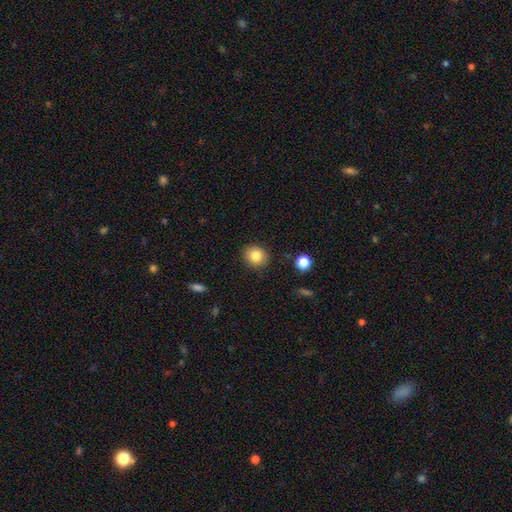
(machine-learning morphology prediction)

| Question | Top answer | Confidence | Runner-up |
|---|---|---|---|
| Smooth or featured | smooth | 83% | star or artifact (10%) |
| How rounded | round | 82% | in between (17%) |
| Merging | none | 89% | minor disturbance (7%) |